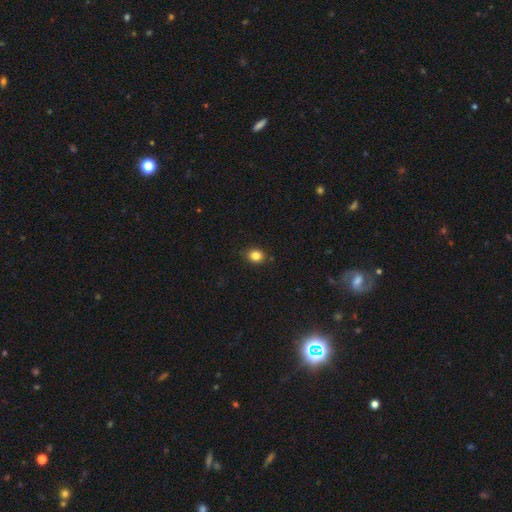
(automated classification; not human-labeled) A smooth galaxy with no disk features (83%) that is round (72%). Merging: none (87%).